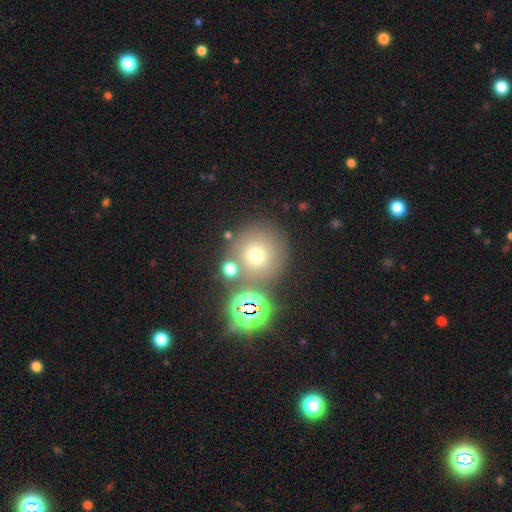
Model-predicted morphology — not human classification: smooth-or-featured: smooth: 63% | star or artifact: 23% | featured or disk: 13%
  how-rounded: round: 93% | in between: 6% | cigar-shaped: 1%
  merging: none: 69% | merger: 17% | minor disturbance: 10% | major disturbance: 5%